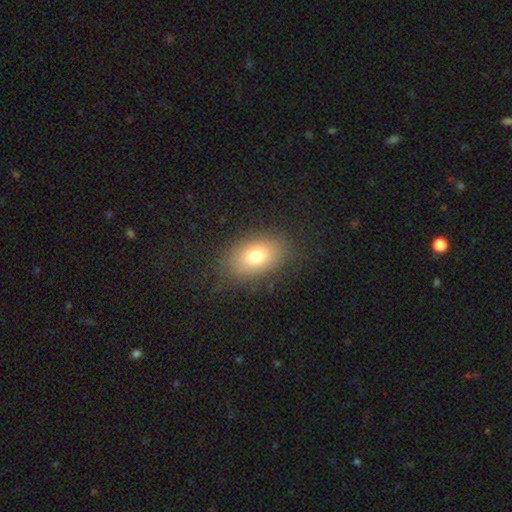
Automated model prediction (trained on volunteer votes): Smooth or featured: smooth — 75% (featured or disk — 14%)
How rounded: in between — 81% (round — 18%)
Merging: none — 80% (minor disturbance — 12%)